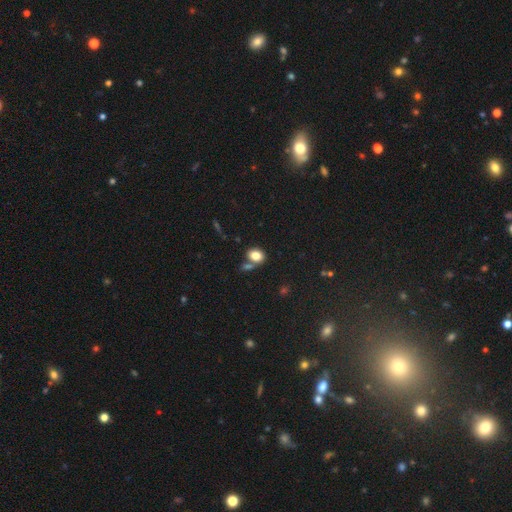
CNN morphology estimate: This is clearly a smooth galaxy (82%). How rounded: likely in between (64%). Merging: possibly none (58%).